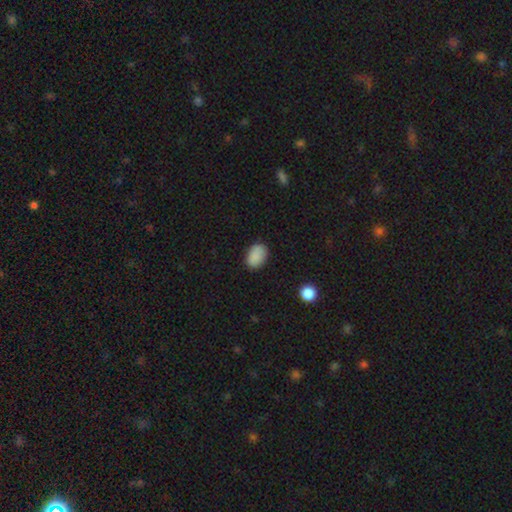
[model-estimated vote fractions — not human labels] A smooth galaxy with no disk features (88%) that is in between round and cigar-shaped (84%).

Vote fractions:
- Smooth or featured? smooth: 88% / star or artifact: 8% / featured or disk: 4%
- How rounded? in between: 84% / round: 15% / cigar-shaped: 1%
- Merging? none: 83% / minor disturbance: 13% / major disturbance: 3% / merger: 1%